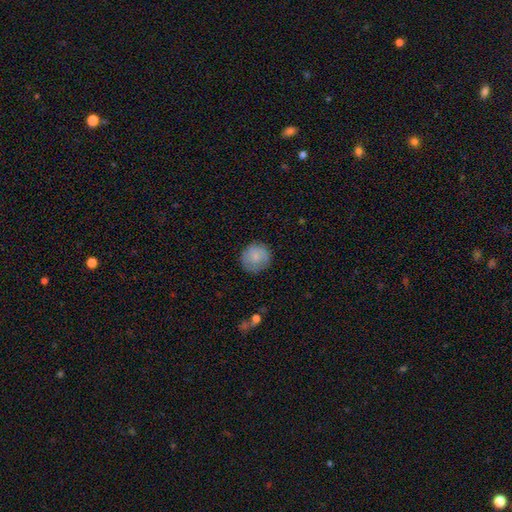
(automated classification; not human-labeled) Smooth or featured?
  - smooth: 80% *
  - featured or disk: 13%
  - star or artifact: 7%
How rounded?
  - round: 93% *
  - in between: 6%
  - cigar-shaped: 1%
Merging?
  - none: 84% *
  - minor disturbance: 12%
  - major disturbance: 3%
  - merger: 1%